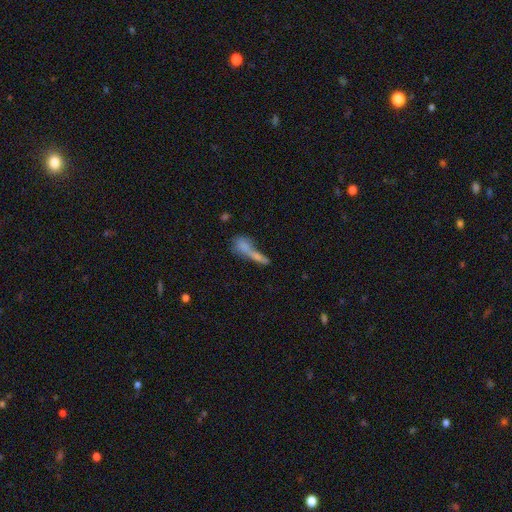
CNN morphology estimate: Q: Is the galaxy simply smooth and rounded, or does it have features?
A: smooth — 57%.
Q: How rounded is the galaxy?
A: cigar-shaped — 68%.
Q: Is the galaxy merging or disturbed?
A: merger — 50%.